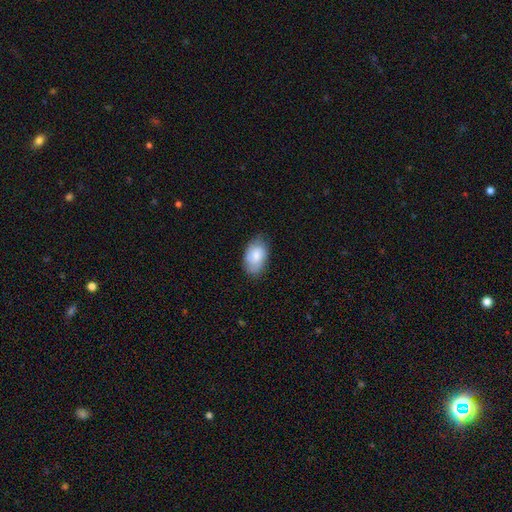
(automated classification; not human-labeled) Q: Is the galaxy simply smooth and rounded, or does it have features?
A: smooth — 76%.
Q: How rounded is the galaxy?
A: in between — 92%.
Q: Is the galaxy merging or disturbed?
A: none — 74%.